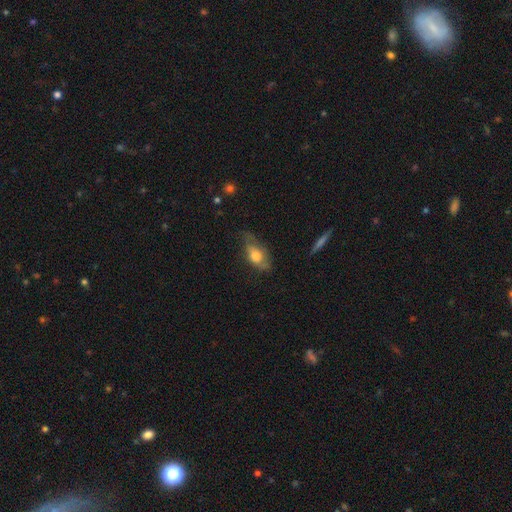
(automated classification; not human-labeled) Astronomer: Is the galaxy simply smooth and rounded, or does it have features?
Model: smooth — 59%.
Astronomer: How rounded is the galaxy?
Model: in between — 82%.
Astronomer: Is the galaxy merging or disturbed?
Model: none — 44% (runner-up: minor disturbance, 34%).